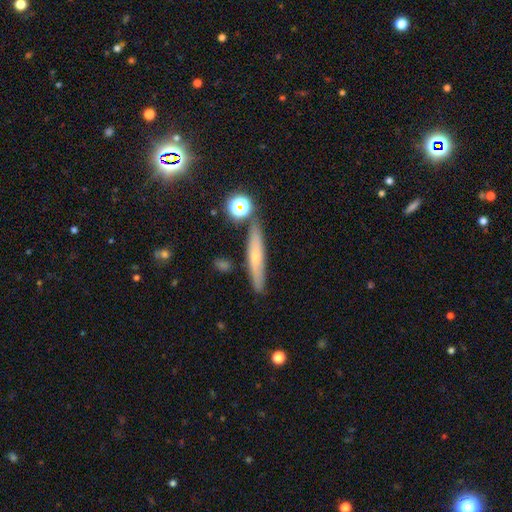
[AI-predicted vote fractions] featured or disk 45%, smooth 43%, star or artifact 12%. Down the decision tree: merging — none (83%).